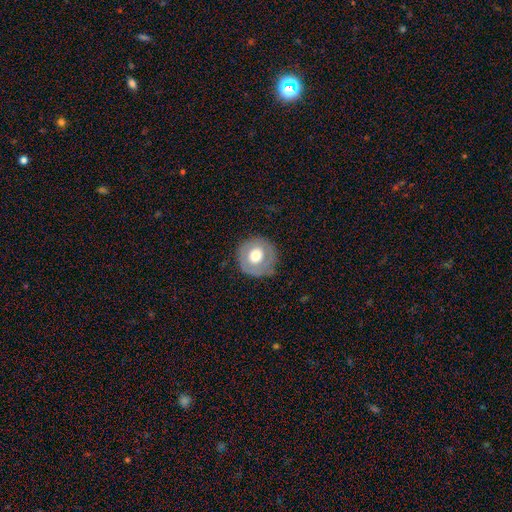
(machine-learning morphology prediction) Overall: smooth (55%; featured or disk 38%). How rounded: round (93%). Merging: none (79%).